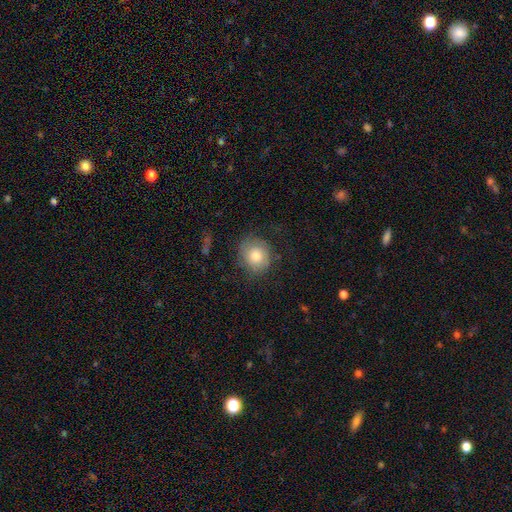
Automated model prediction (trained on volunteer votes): Morphology: type=smooth (71%); roundness=round (80%); merging=none (69%).